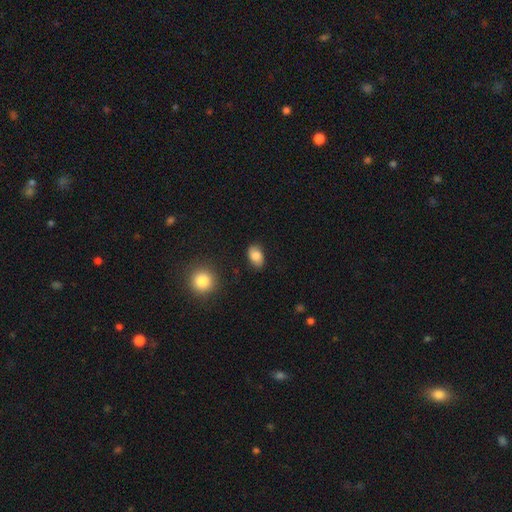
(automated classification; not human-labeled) This appears to be a smooth galaxy with no disk features (84%) that is in between round and cigar-shaped (87%). Merging: none (83%).